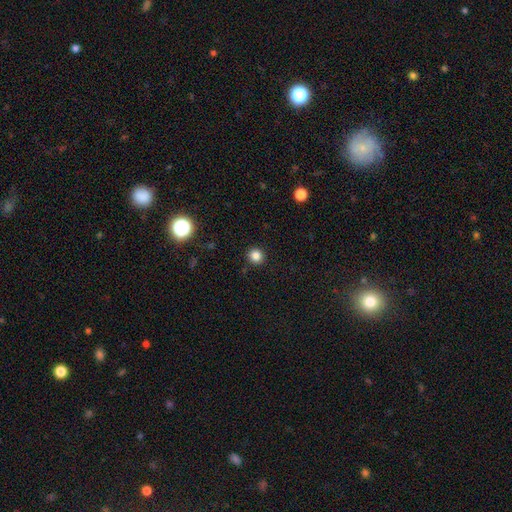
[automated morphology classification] Smooth or featured? Predicted: smooth (p=0.84). How rounded? Predicted: round (p=0.92). Merging? Predicted: none (p=0.92).